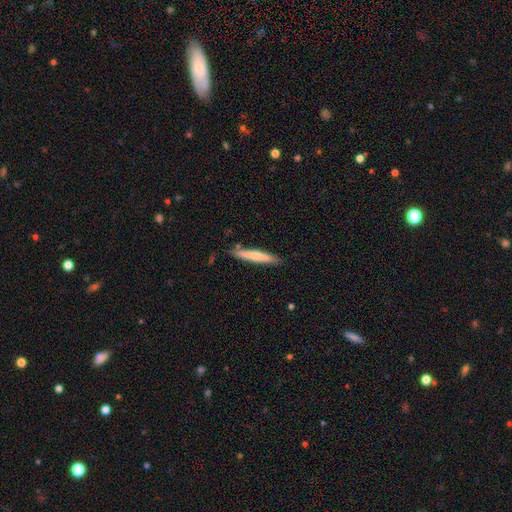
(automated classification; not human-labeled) Overall: smooth (69%). How rounded: cigar-shaped (94%). Merging: none (83%).